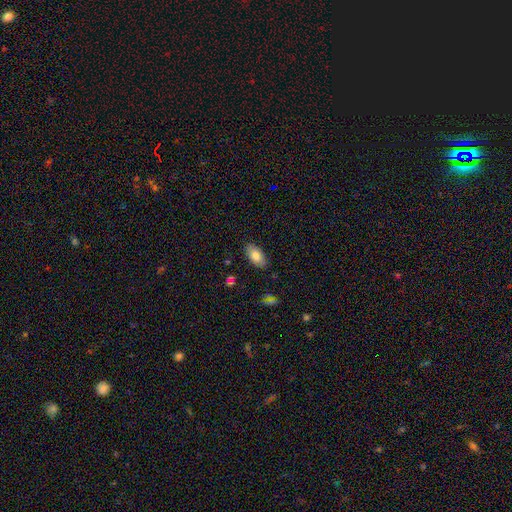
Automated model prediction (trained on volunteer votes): smooth_or_featured: smooth (p=0.80) [alt: featured or disk p=0.14]
how_rounded: in between (p=0.94) [alt: round p=0.03]
merging: none (p=0.86) [alt: minor disturbance p=0.10]